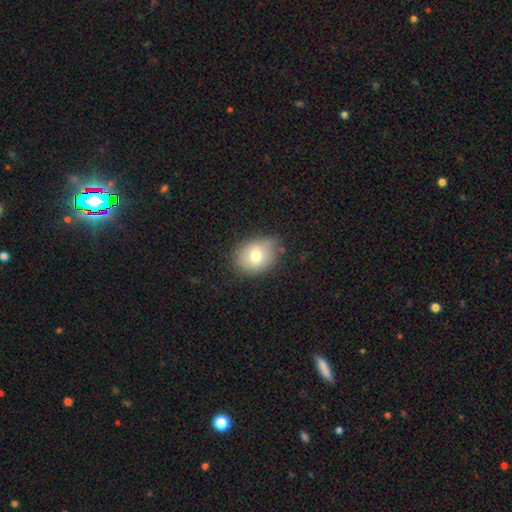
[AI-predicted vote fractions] smooth 75%, featured or disk 15%, star or artifact 9%. Down the decision tree: how rounded — in between (59%); merging — none (72%).